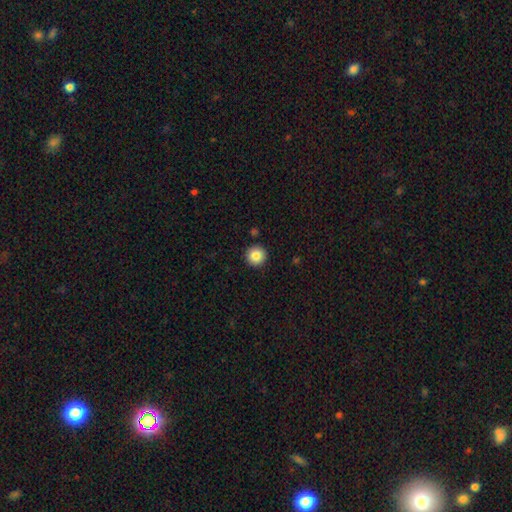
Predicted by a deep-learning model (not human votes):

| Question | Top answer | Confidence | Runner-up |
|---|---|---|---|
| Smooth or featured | smooth | 85% | star or artifact (9%) |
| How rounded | round | 96% | in between (3%) |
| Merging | none | 92% | minor disturbance (5%) |